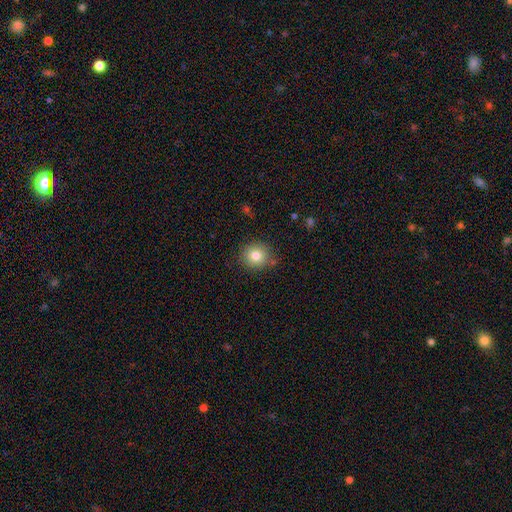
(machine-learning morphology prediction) The model was most divided on "smooth or featured": smooth: 80%, star or artifact: 11%, featured or disk: 9%. More confident: how rounded — round (89%); merging — none (84%).